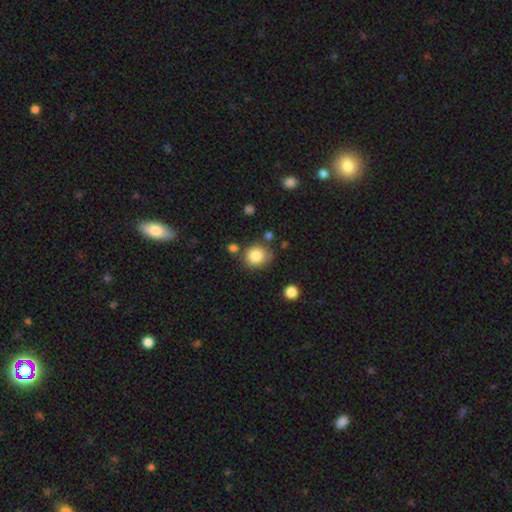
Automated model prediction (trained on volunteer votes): Smooth or featured? Predicted: smooth (p=0.84). How rounded? Predicted: round (p=0.83). Merging? Predicted: none (p=0.70).